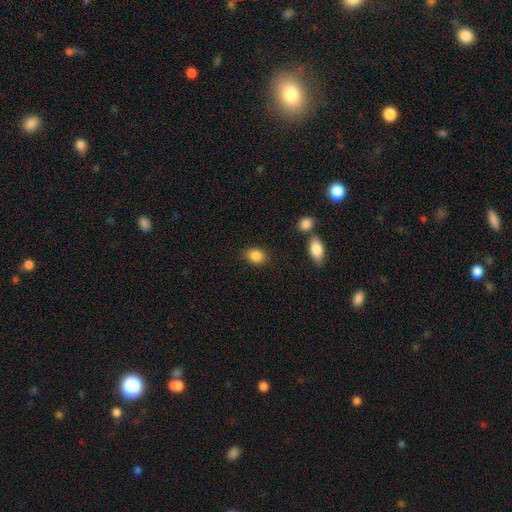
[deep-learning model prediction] A smooth galaxy with no disk features (86%) that is in between round and cigar-shaped (61%).

Vote fractions:
- Smooth or featured? smooth: 86% / star or artifact: 8% / featured or disk: 5%
- How rounded? in between: 61% / round: 38% / cigar-shaped: 1%
- Merging? none: 83% / minor disturbance: 11% / major disturbance: 3% / merger: 3%